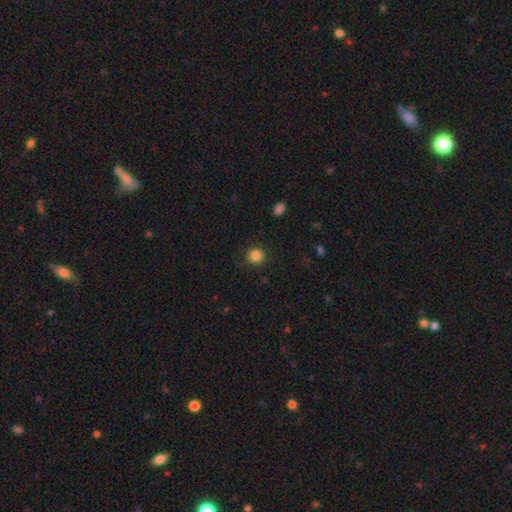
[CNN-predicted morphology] Smooth or featured: smooth — 85% (star or artifact — 11%)
How rounded: round — 94% (in between — 5%)
Merging: none — 90% (minor disturbance — 6%)